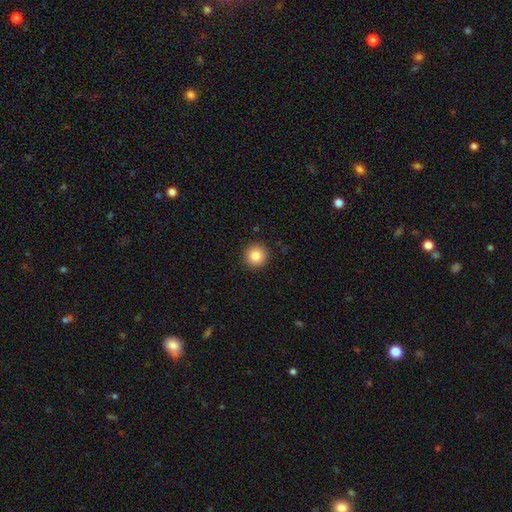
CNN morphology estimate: type=smooth (85%); roundness=round (95%); merging=none (92%).